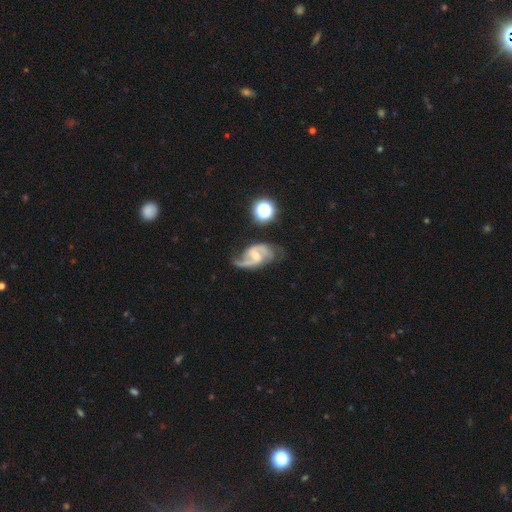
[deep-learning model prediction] This is clearly a featured or disk galaxy (88%). It is clearly not viewed edge-on (98%). Bar: possibly weak (53%). Spiral arm pattern: clearly yes (97%). Spiral arm count: clearly 2 (88%). Spiral winding: possibly medium (51%). Central bulge: possibly small (50%). Merging: likely none (62%).